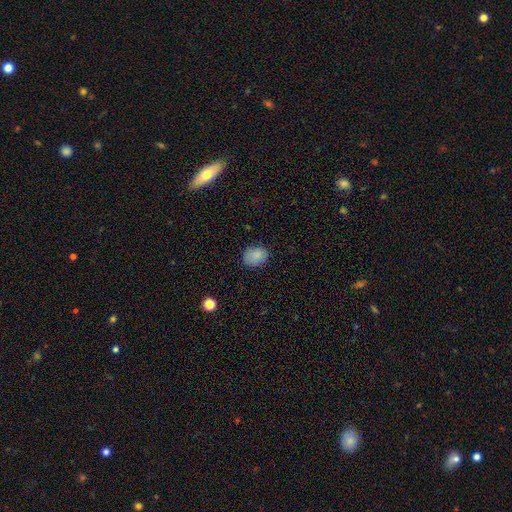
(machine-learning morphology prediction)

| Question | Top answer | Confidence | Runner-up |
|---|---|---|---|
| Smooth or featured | smooth | 86% | star or artifact (9%) |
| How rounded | in between | 58% | round (42%) |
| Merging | none | 81% | minor disturbance (15%) |